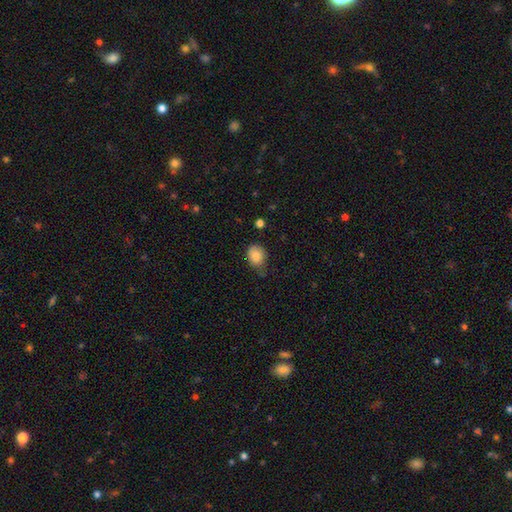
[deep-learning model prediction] This appears to be a smooth galaxy with no disk features (84%) that is in between round and cigar-shaped (52%). Merging: none (64%).